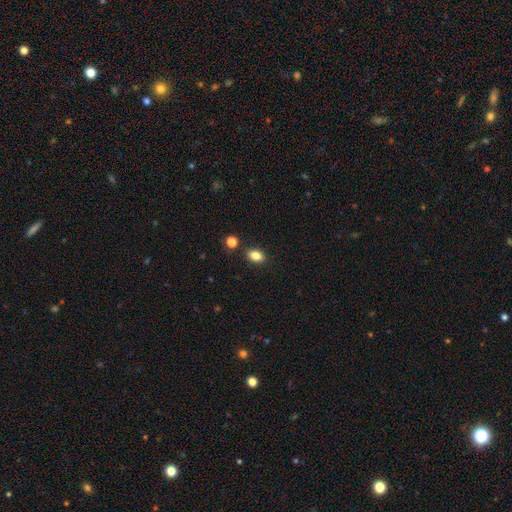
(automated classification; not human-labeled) This appears to be a smooth galaxy with no disk features (84%) that is in between round and cigar-shaped (84%). Merging: none (84%).